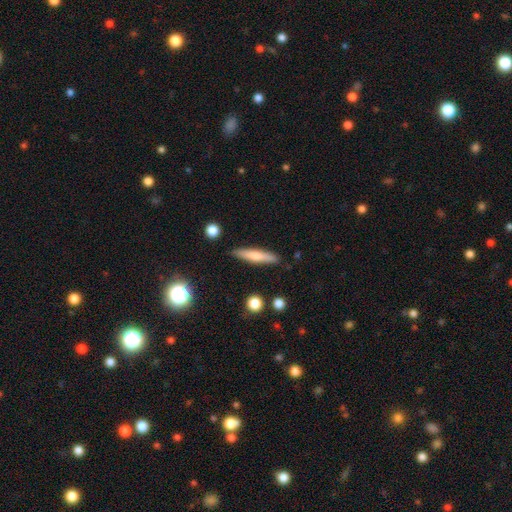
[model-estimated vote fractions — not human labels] smooth 64%, featured or disk 30%, star or artifact 6%. Down the decision tree: how rounded — cigar-shaped (87%); merging — none (86%).